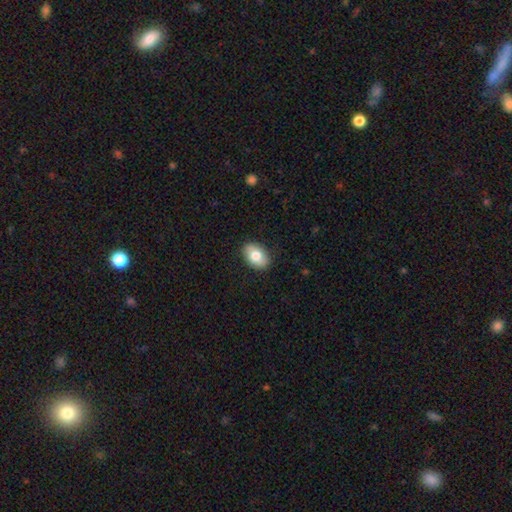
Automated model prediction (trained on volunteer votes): Smooth or featured?
  - smooth: 79% *
  - featured or disk: 14%
  - star or artifact: 7%
How rounded?
  - in between: 85% *
  - round: 14%
  - cigar-shaped: 1%
Merging?
  - none: 88% *
  - minor disturbance: 9%
  - major disturbance: 2%
  - merger: 1%